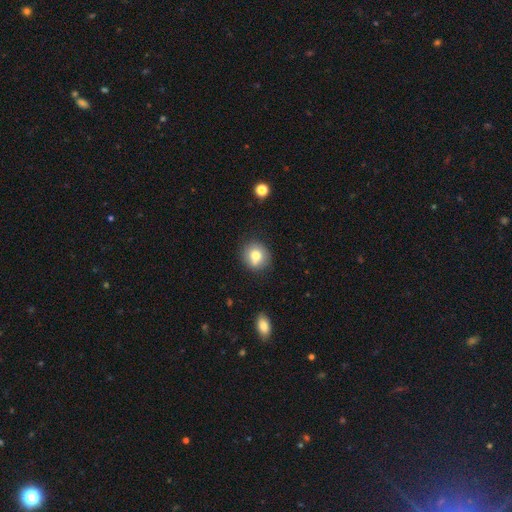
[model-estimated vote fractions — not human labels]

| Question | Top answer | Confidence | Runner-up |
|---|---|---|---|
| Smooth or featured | smooth | 75% | featured or disk (15%) |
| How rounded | round | 85% | in between (14%) |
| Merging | none | 73% | minor disturbance (13%) |